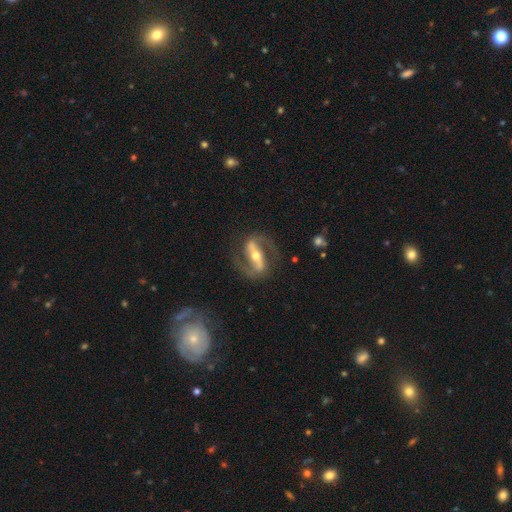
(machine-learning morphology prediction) smooth_or_featured: featured or disk (p=0.90) [alt: smooth p=0.06]
disk_edge_on: no (p=0.93) [alt: yes p=0.07]
bar: strong (p=0.75) [alt: weak p=0.16]
has_spiral_arms: yes (p=0.95) [alt: no p=0.05]
spiral_winding: medium (p=0.56) [alt: loose p=0.23]
spiral_arm_count: 2 (p=0.93) [alt: can't tell p=0.02]
bulge_size: moderate (p=0.55) [alt: small p=0.38]
merging: none (p=0.79) [alt: minor disturbance p=0.12]